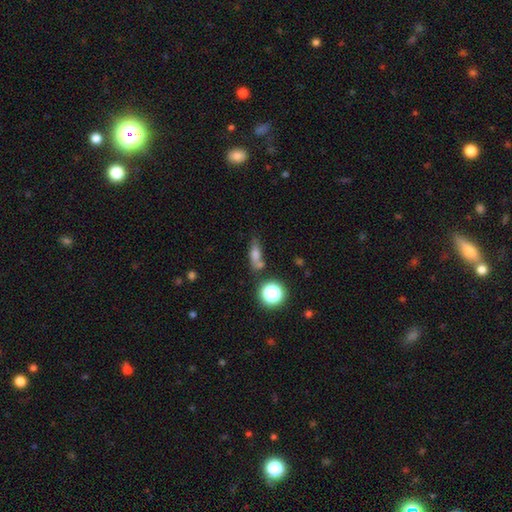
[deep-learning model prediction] Morphology: type=smooth (68%); roundness=in between (52%); merging=none (56%).